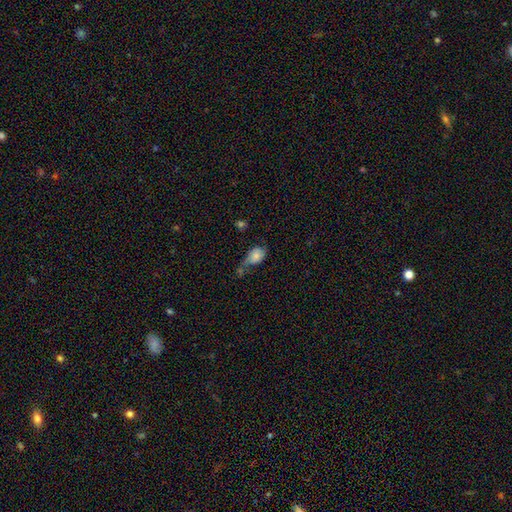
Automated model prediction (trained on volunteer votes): Smooth or featured? smooth (67%)
How rounded? in between (79%)
Merging? major disturbance (28%)